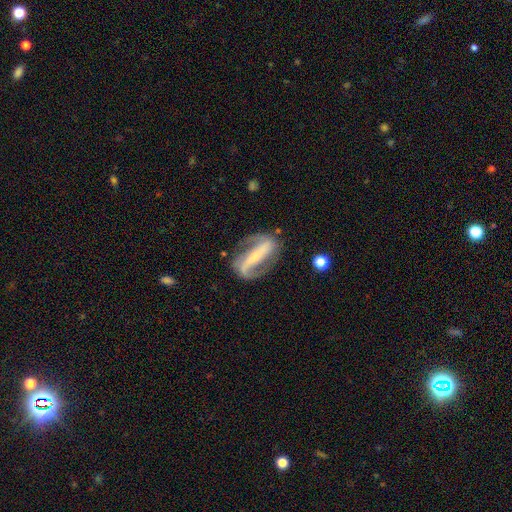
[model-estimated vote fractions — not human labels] Smooth or featured? featured or disk (88%)
Edge-on disk? no (92%)
Bar? strong (76%)
Spiral arms? yes (92%)
Spiral winding? medium (41%)
Spiral arm count? 2 (91%)
Bulge size? small (67%)
Merging? none (80%)